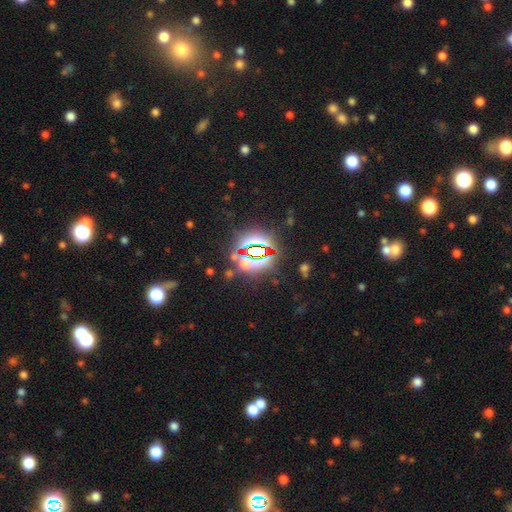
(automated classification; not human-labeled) Morphology: type=star or artifact (82%).